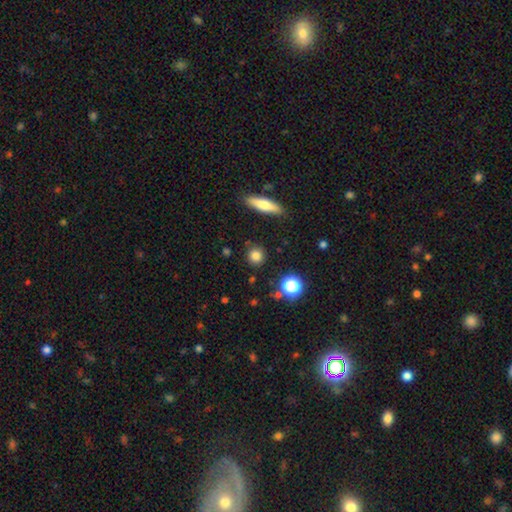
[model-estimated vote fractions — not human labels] Overall: smooth (81%). How rounded: round (87%). Merging: none (88%).